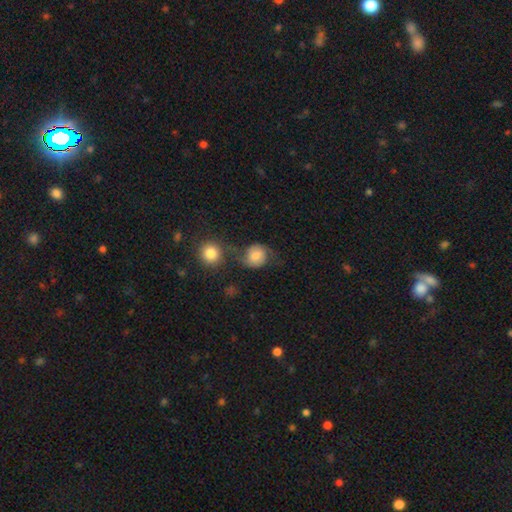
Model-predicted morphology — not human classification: Q: Smooth or featured?
A: smooth (64%); runner-up: featured or disk (27%)
Q: How rounded?
A: round (80%); runner-up: in between (19%)
Q: Merging?
A: none (51%); runner-up: minor disturbance (20%)